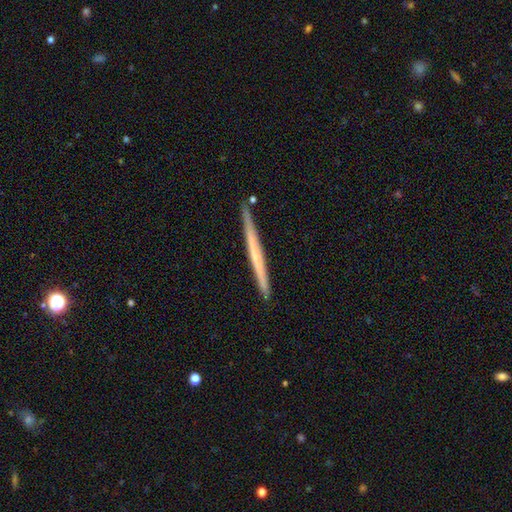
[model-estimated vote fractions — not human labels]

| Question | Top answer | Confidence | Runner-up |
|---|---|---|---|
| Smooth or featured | featured or disk | 54% | smooth (40%) |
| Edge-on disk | yes | 97% | no (3%) |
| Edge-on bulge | none | 84% | rounded (12%) |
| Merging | none | 91% | minor disturbance (7%) |